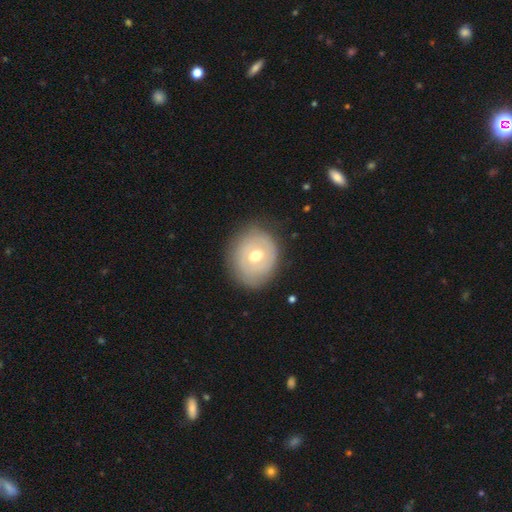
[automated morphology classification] smooth_or_featured: featured or disk (p=0.53) [alt: smooth p=0.40]
disk_edge_on: no (p=0.96) [alt: yes p=0.04]
bar: no (p=0.66) [alt: weak p=0.27]
has_spiral_arms: no (p=0.62) [alt: yes p=0.38]
bulge_size: moderate (p=0.74) [alt: small p=0.20]
merging: none (p=0.78) [alt: minor disturbance p=0.16]